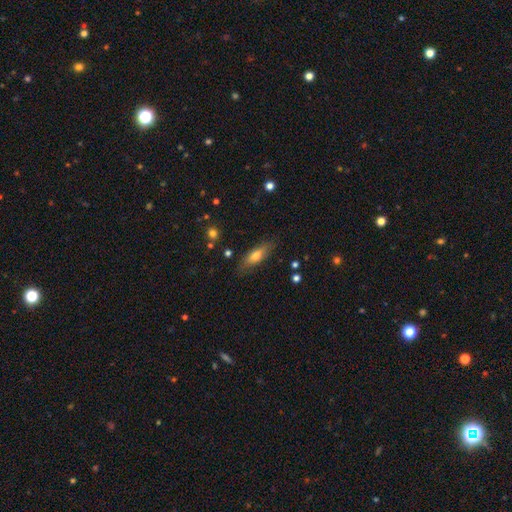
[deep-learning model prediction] The model was most divided on "how rounded": in between: 56%, cigar-shaped: 41%, round: 3%. More confident: merging — none (80%); smooth or featured — smooth (67%).